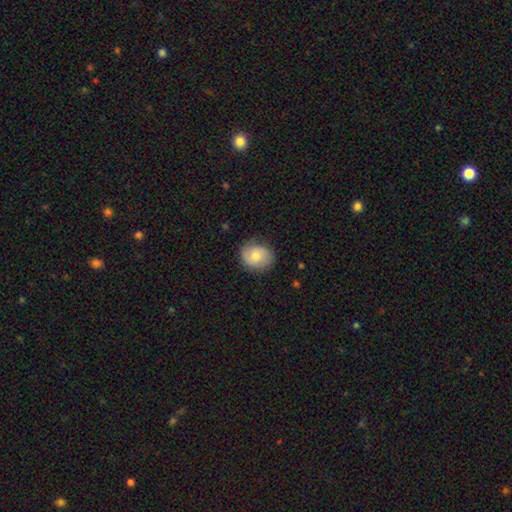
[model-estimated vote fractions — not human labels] Morphology: type=smooth (66%); roundness=round (65%); merging=none (81%).